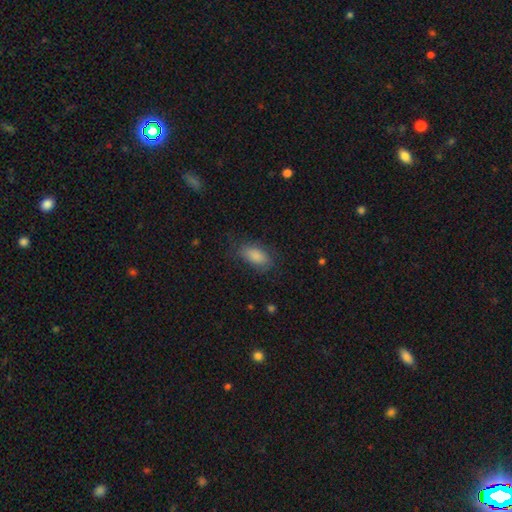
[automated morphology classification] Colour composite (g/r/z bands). It shows a smooth galaxy with no disk features (84%) that is in between round and cigar-shaped (91%). Merging: none (70%).